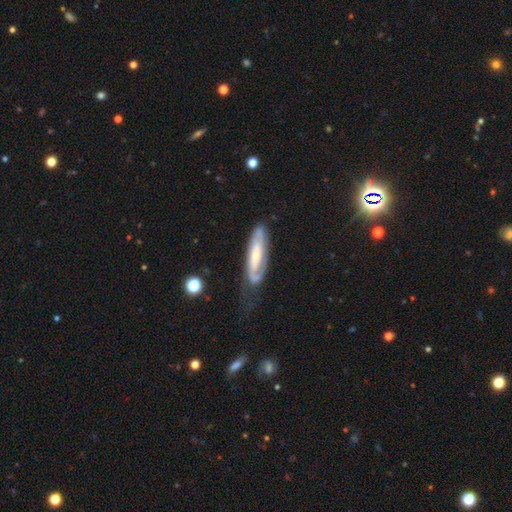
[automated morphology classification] The model was most divided on "bar": no: 49%, weak: 32%, strong: 19%. Remaining: spiral arms — yes (86%); edge-on disk — no (78%); smooth or featured — featured or disk (71%); bulge size — small (55%); merging — none (47%).